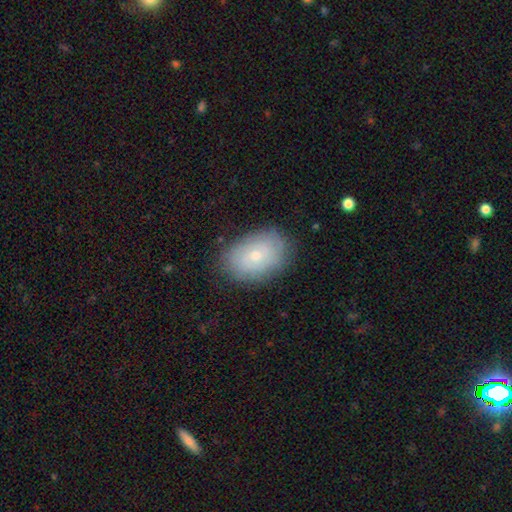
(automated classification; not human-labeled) This appears to be a smooth galaxy with no disk features (63%) that is in between round and cigar-shaped (84%). Merging: none (81%).